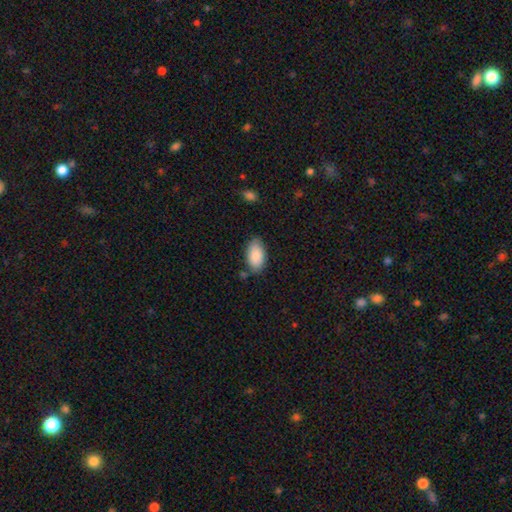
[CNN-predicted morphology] smooth 87%, featured or disk 7%, star or artifact 6%. Down the decision tree: how rounded — in between (95%); merging — none (76%).